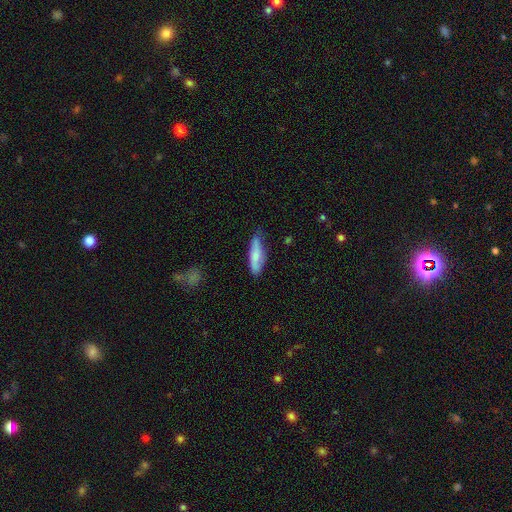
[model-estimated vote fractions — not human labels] Smooth or featured? Predicted: smooth (p=0.68). How rounded? Predicted: cigar-shaped (p=0.54). Merging? Predicted: none (p=0.68).